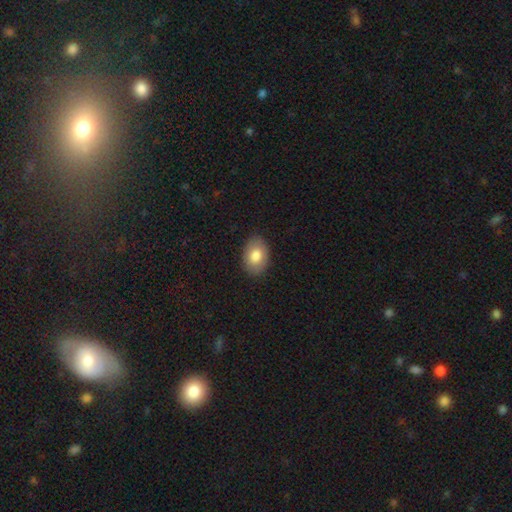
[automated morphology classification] This is likely a smooth galaxy (79%). How rounded: clearly in between (84%). Merging: clearly none (86%).